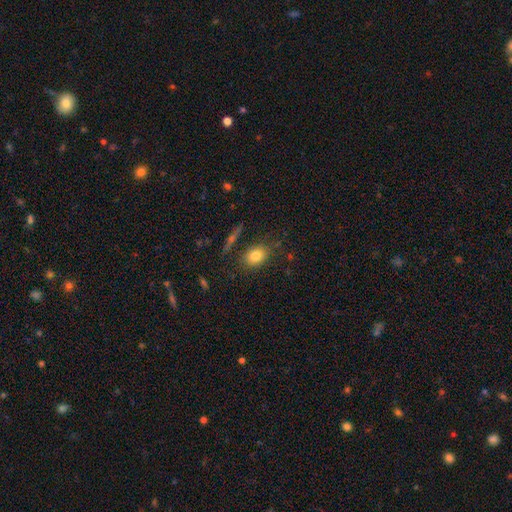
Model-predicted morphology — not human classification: smooth-or-featured: smooth: 80% | featured or disk: 10% | star or artifact: 10%
  how-rounded: in between: 70% | round: 28% | cigar-shaped: 2%
  merging: none: 79% | minor disturbance: 13% | merger: 4% | major disturbance: 4%